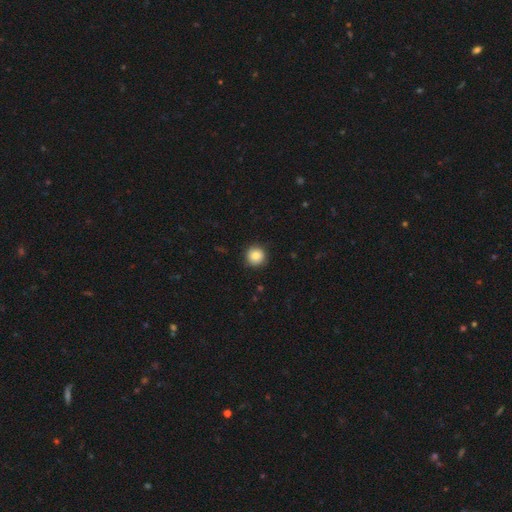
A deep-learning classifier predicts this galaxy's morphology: Smooth or featured?
  - smooth: 83% *
  - star or artifact: 9%
  - featured or disk: 8%
How rounded?
  - round: 95% *
  - in between: 4%
  - cigar-shaped: 1%
Merging?
  - none: 90% *
  - minor disturbance: 7%
  - major disturbance: 2%
  - merger: 1%